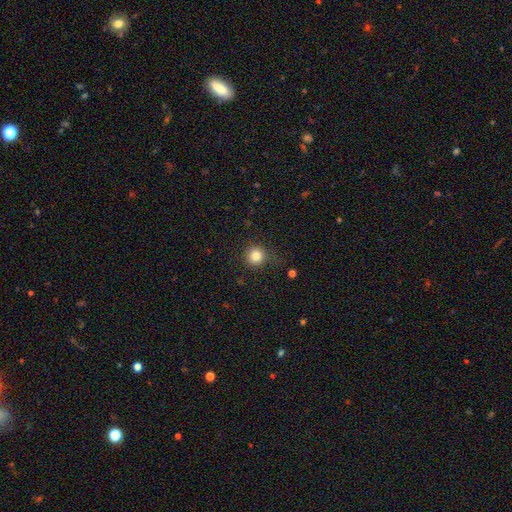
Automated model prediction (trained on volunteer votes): This appears to be a smooth galaxy with no disk features (83%) that is round (93%). Merging: none (81%).